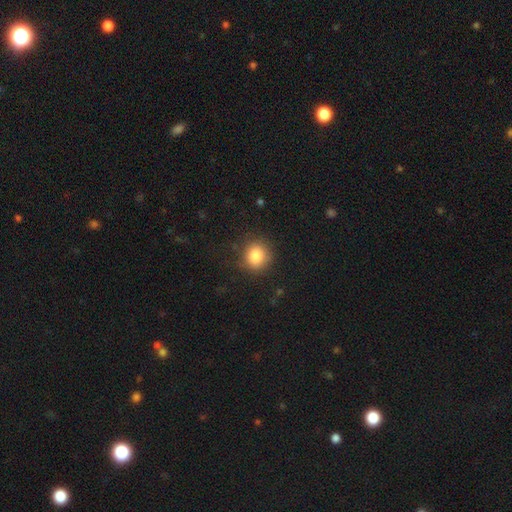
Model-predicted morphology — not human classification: Smooth or featured? smooth (84%)
How rounded? round (83%)
Merging? none (83%)